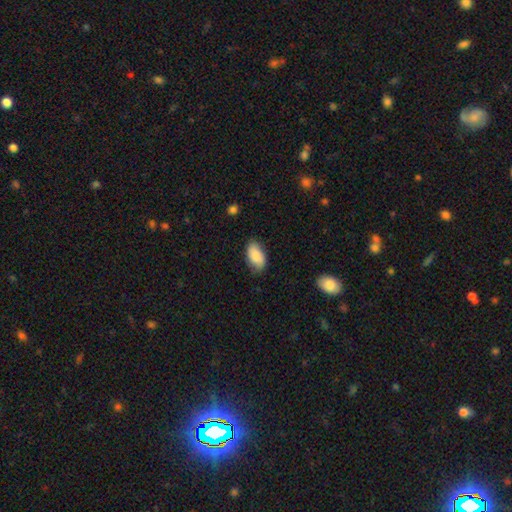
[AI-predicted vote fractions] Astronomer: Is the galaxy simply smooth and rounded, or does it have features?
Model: smooth — 83%.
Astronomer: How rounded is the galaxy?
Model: in between — 94%.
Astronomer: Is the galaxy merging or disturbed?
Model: none — 72%.